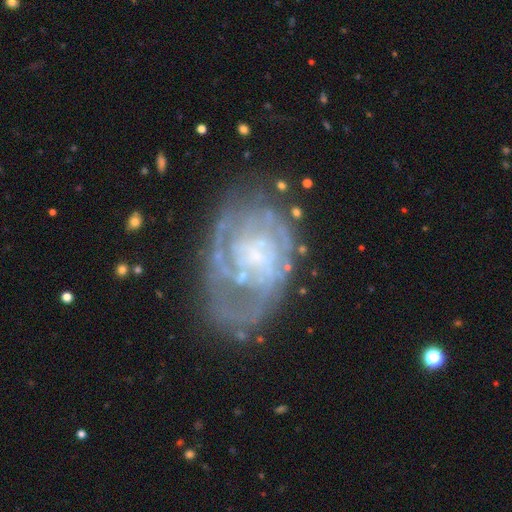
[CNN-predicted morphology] smooth_or_featured: featured or disk (p=0.80) [alt: smooth p=0.13]
disk_edge_on: no (p=0.97) [alt: yes p=0.03]
bar: no (p=0.66) [alt: weak p=0.28]
has_spiral_arms: yes (p=0.77) [alt: no p=0.23]
spiral_winding: tight (p=0.55) [alt: medium p=0.32]
spiral_arm_count: can't tell (p=0.45) [alt: 2 p=0.21]
bulge_size: none (p=0.45) [alt: small p=0.33]
merging: none (p=0.56) [alt: minor disturbance p=0.21]